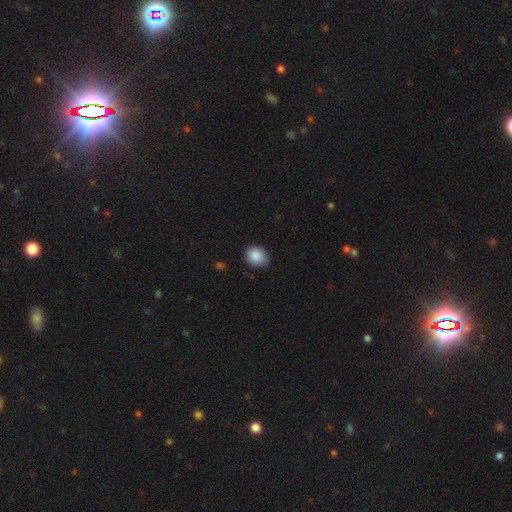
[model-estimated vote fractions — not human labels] Smooth or featured: smooth — 88% (star or artifact — 8%)
How rounded: round — 62% (in between — 37%)
Merging: none — 81% (minor disturbance — 16%)